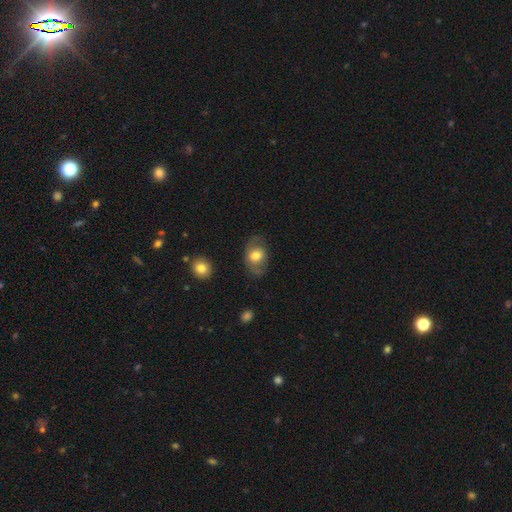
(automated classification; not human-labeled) Smooth or featured? Predicted: smooth (p=0.61). How rounded? Predicted: in between (p=0.70). Merging? Predicted: none (p=0.65).